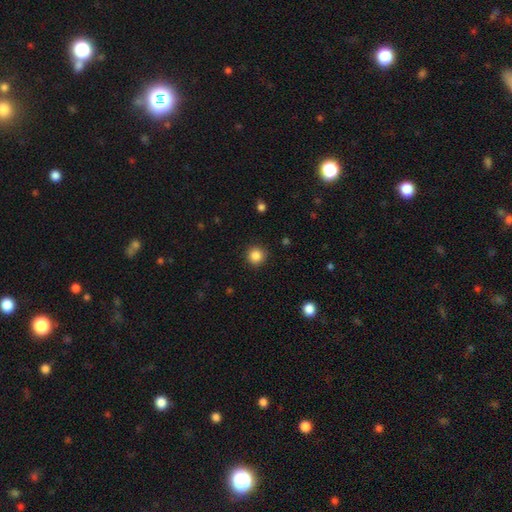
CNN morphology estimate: Overall: smooth (86%). How rounded: round (95%). Merging: none (91%).